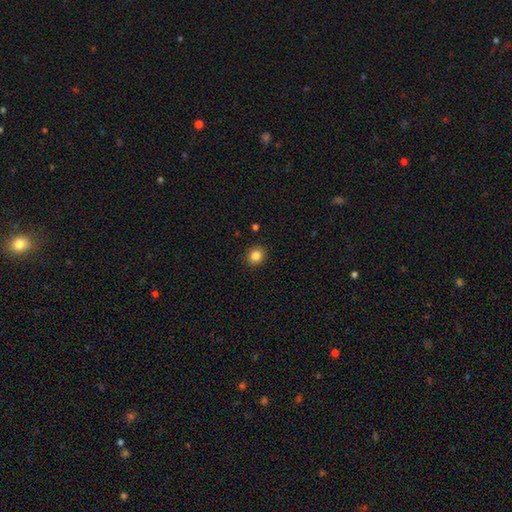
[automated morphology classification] A smooth galaxy with no disk features (84%) that is round (78%). Merging: none (91%).